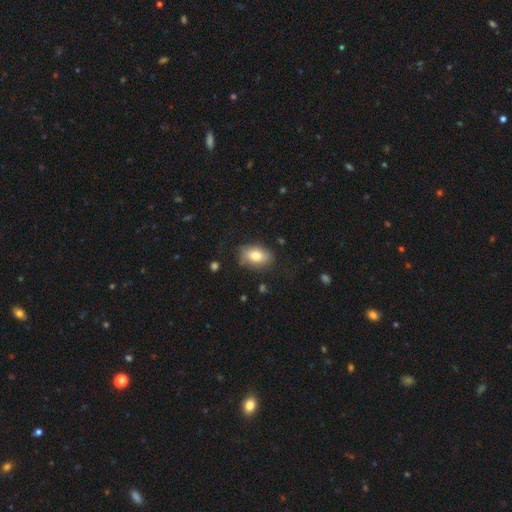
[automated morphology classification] This appears to be a smooth galaxy with no disk features (79%) that is in between round and cigar-shaped (86%). Merging: none (74%).